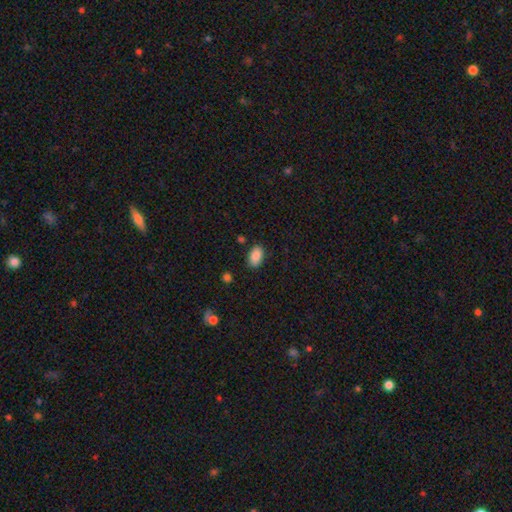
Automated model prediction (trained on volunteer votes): Smooth or featured: smooth — 88% (star or artifact — 8%)
How rounded: in between — 92% (round — 6%)
Merging: none — 84% (minor disturbance — 11%)